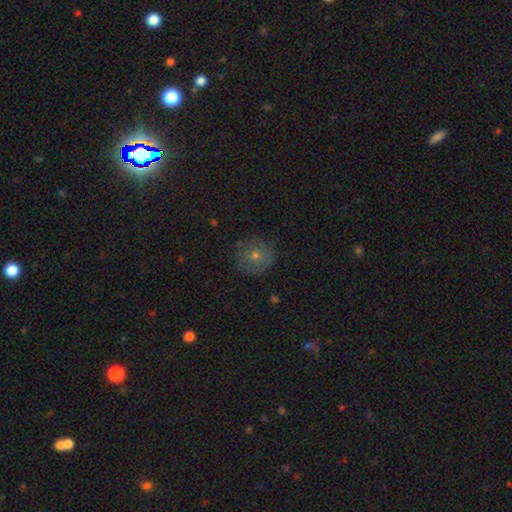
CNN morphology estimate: The model was most divided on "smooth or featured": smooth: 55%, featured or disk: 27%, star or artifact: 18%. More confident: how rounded — round (90%); merging — none (81%).